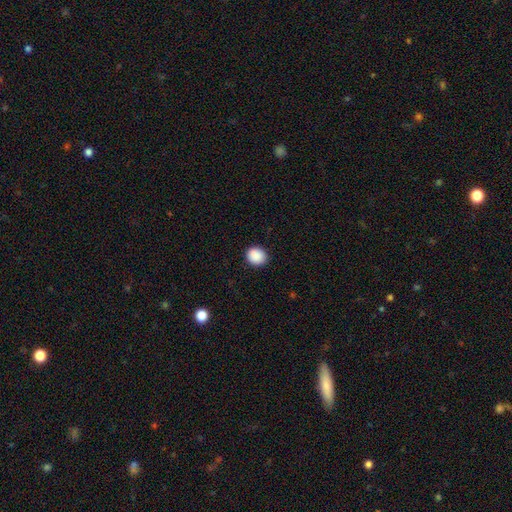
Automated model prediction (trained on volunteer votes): Overall: smooth (90%). How rounded: round (77%). Merging: none (89%).